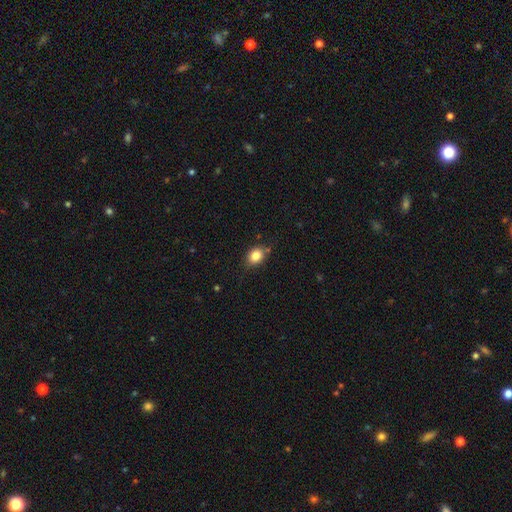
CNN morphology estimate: Smooth or featured?
  - smooth: 83% *
  - star or artifact: 10%
  - featured or disk: 7%
How rounded?
  - in between: 56% *
  - round: 43%
  - cigar-shaped: 1%
Merging?
  - none: 74% *
  - minor disturbance: 19%
  - major disturbance: 4%
  - merger: 3%